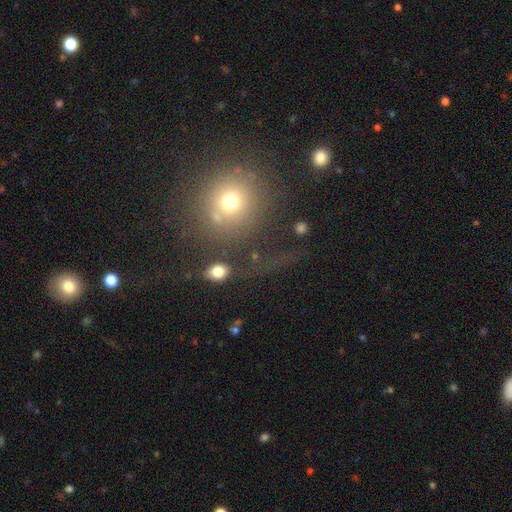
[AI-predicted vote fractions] This appears to be a smooth galaxy with no disk features (54%) that is round (89%). Merging: none (69%).